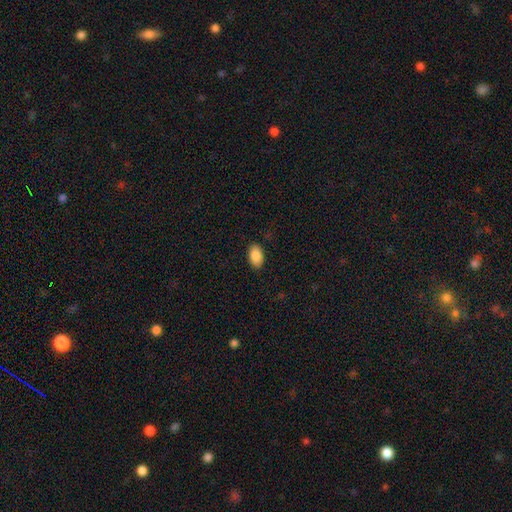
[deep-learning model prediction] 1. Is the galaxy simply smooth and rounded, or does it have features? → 88% smooth, 7% star or artifact, 5% featured or disk.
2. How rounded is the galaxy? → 93% in between, 5% round, 2% cigar-shaped.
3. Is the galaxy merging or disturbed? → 88% none, 9% minor disturbance, 2% major disturbance, 1% merger.